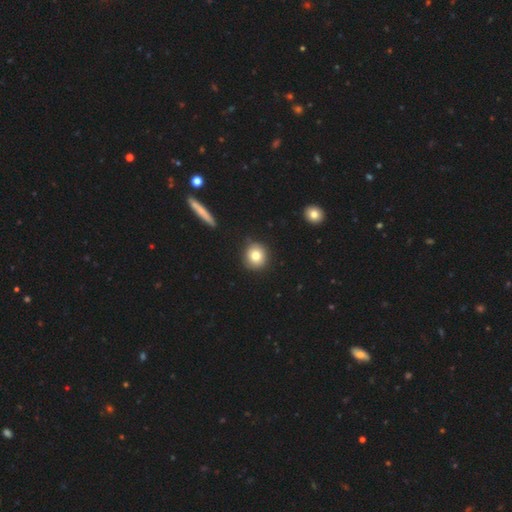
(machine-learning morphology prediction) Smooth or featured? Predicted: smooth (p=0.80). How rounded? Predicted: round (p=0.91). Merging? Predicted: none (p=0.88).